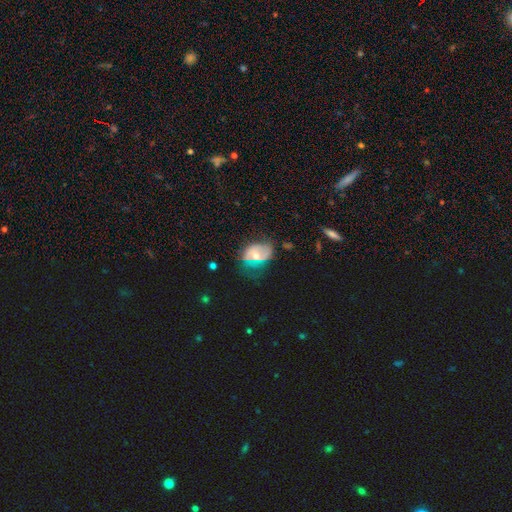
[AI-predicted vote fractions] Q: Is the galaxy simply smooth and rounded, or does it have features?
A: featured or disk — 51%.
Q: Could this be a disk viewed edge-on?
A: no — 95%.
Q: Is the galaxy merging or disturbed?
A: none — 43%.